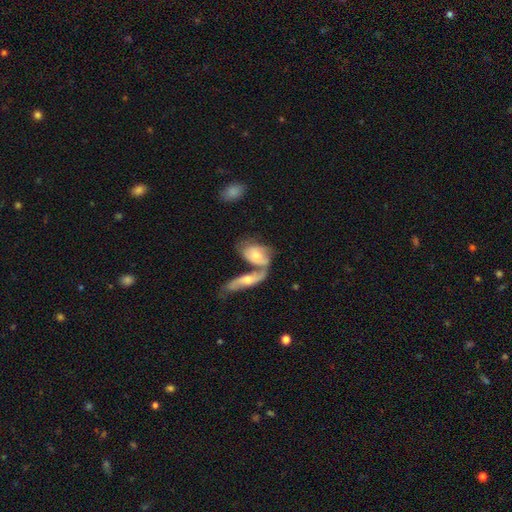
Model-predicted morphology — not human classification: A featured or disk galaxy (54%). Merging: merger (60%).